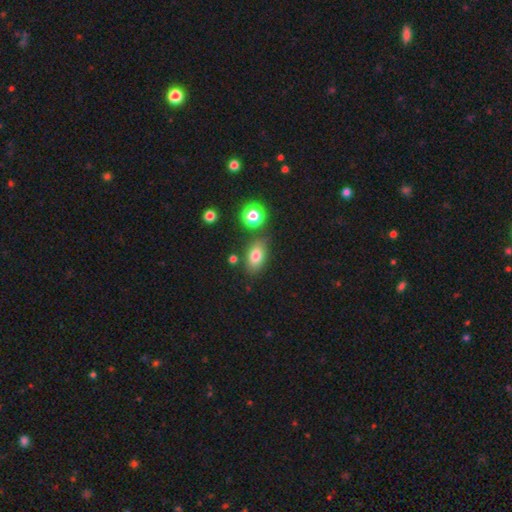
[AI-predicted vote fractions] smooth-or-featured: smooth: 78% | featured or disk: 11% | star or artifact: 11%
  how-rounded: in between: 86% | round: 11% | cigar-shaped: 4%
  merging: none: 75% | minor disturbance: 14% | merger: 8% | major disturbance: 4%